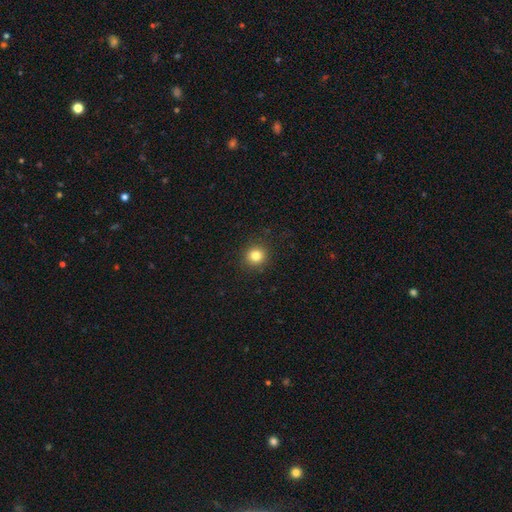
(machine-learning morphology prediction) Q: Smooth or featured?
A: smooth (82%); runner-up: star or artifact (12%)
Q: How rounded?
A: round (92%); runner-up: in between (7%)
Q: Merging?
A: none (91%); runner-up: minor disturbance (6%)